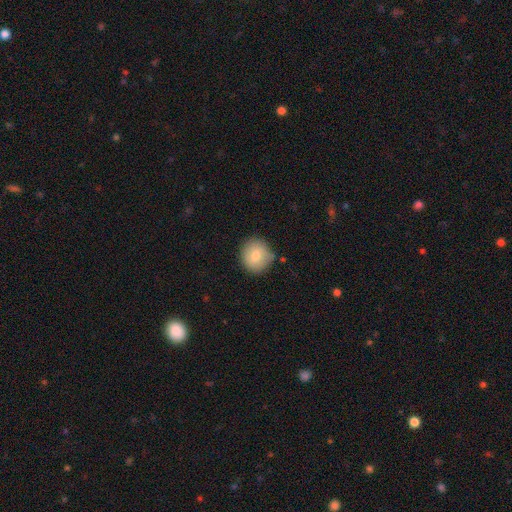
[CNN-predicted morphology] Q: Smooth or featured?
A: smooth (79%); runner-up: featured or disk (13%)
Q: How rounded?
A: round (89%); runner-up: in between (10%)
Q: Merging?
A: none (83%); runner-up: minor disturbance (12%)